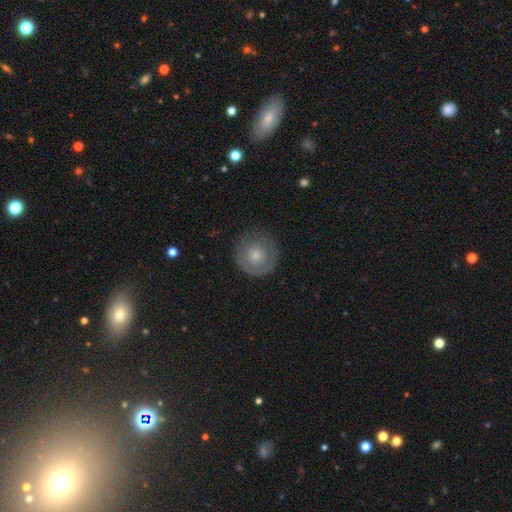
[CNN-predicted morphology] smooth 64%, featured or disk 29%, star or artifact 7%. Down the decision tree: how rounded — round (95%); merging — none (81%).